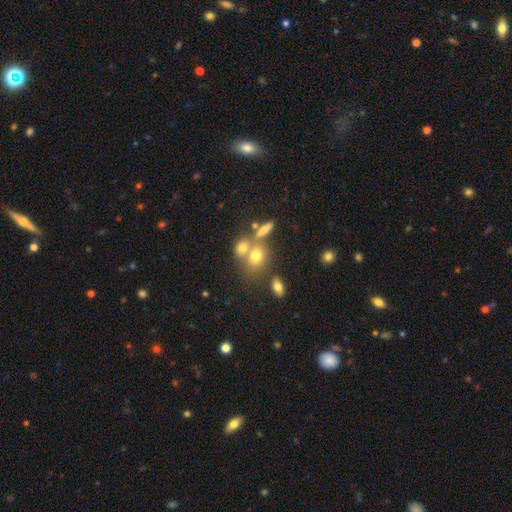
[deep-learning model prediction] smooth 68%, featured or disk 18%, star or artifact 14%. Down the decision tree: how rounded — round (54%); merging — merger (42%, tied with none).